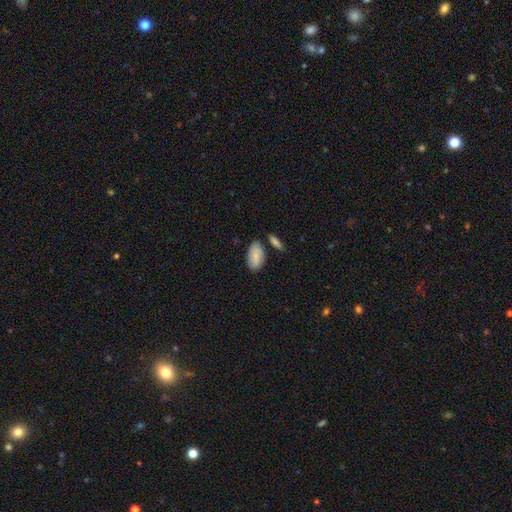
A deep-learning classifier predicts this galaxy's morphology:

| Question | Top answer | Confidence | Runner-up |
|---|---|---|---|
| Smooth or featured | smooth | 79% | featured or disk (14%) |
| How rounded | in between | 94% | round (3%) |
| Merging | none | 69% | minor disturbance (17%) |